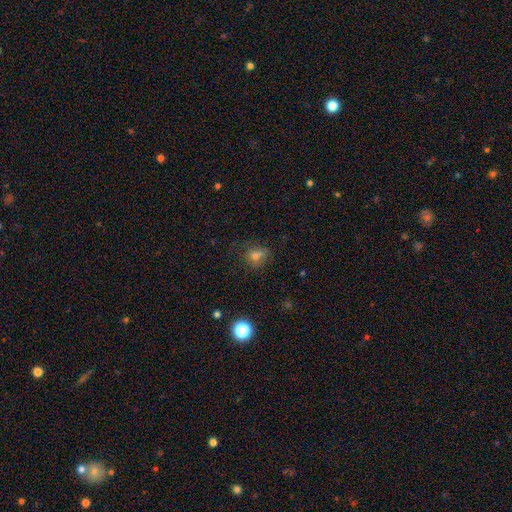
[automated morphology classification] The model was most divided on "how rounded": round: 62%, in between: 36%, cigar-shaped: 2%. More confident: smooth or featured — smooth (65%); merging — none (64%).